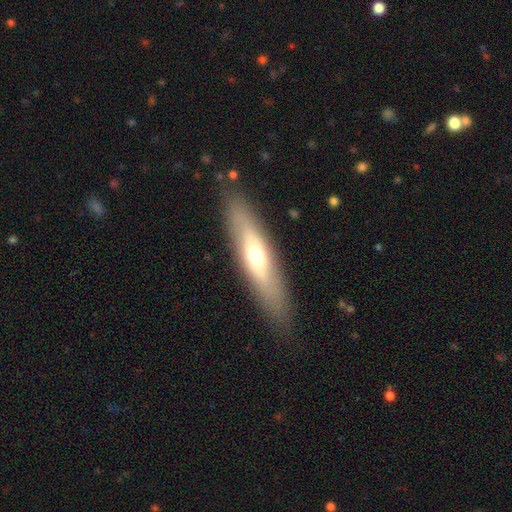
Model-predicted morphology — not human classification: Overall: smooth (50%; featured or disk 43%). How rounded: cigar-shaped (67%; in between 31%). Merging: none (86%).